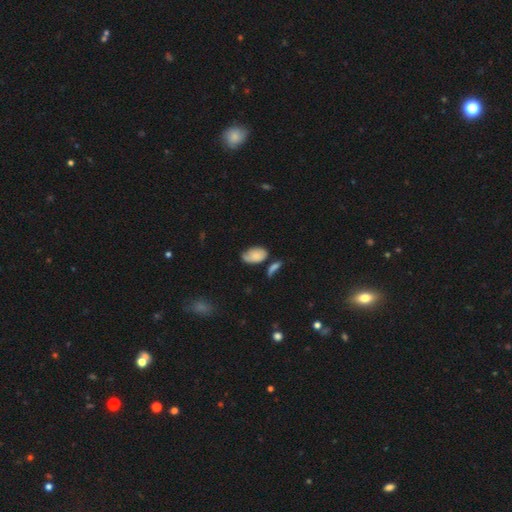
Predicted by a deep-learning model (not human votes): smooth-or-featured: smooth: 75% | featured or disk: 17% | star or artifact: 8%
  how-rounded: in between: 91% | round: 6% | cigar-shaped: 2%
  merging: none: 45% | minor disturbance: 33% | merger: 12% | major disturbance: 10%